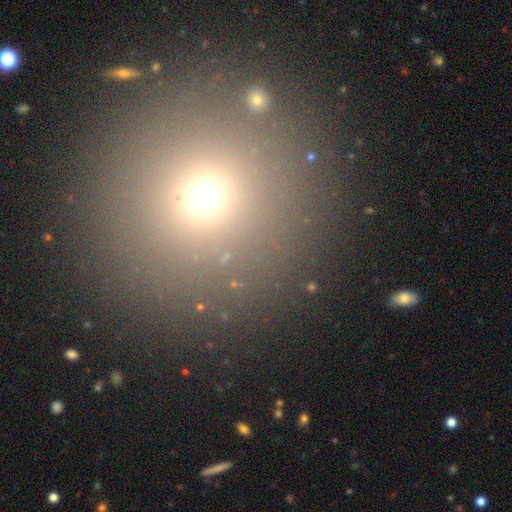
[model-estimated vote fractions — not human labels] smooth 65%, star or artifact 27%, featured or disk 9%. Down the decision tree: how rounded — round (95%); merging — none (88%).